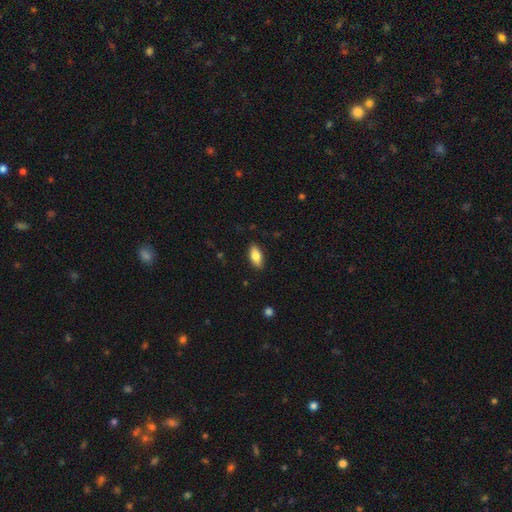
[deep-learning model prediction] smooth-or-featured: smooth: 80% | featured or disk: 13% | star or artifact: 7%
  how-rounded: in between: 85% | cigar-shaped: 12% | round: 3%
  merging: none: 87% | minor disturbance: 10% | major disturbance: 2% | merger: 1%